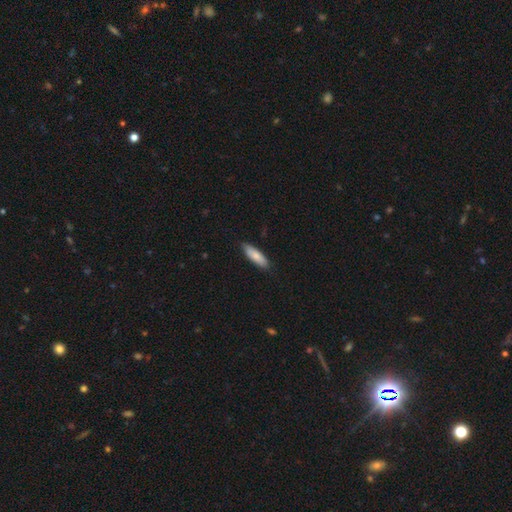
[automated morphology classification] Smooth or featured? Predicted: smooth (p=0.80). How rounded? Predicted: cigar-shaped (p=0.51). Merging? Predicted: none (p=0.84).